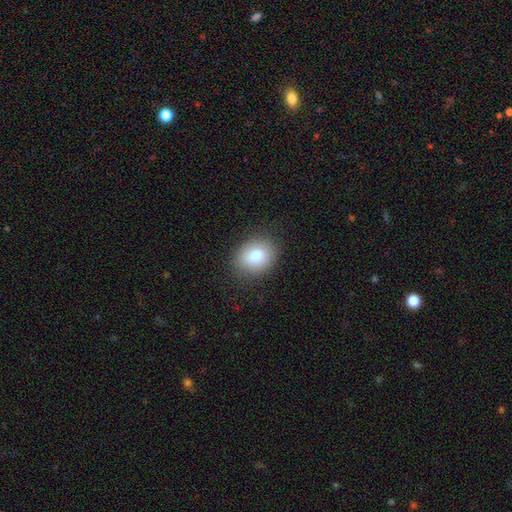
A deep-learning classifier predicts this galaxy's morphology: Q: Smooth or featured?
A: smooth (81%); runner-up: featured or disk (10%)
Q: How rounded?
A: in between (51%); runner-up: round (48%)
Q: Merging?
A: none (85%); runner-up: minor disturbance (11%)